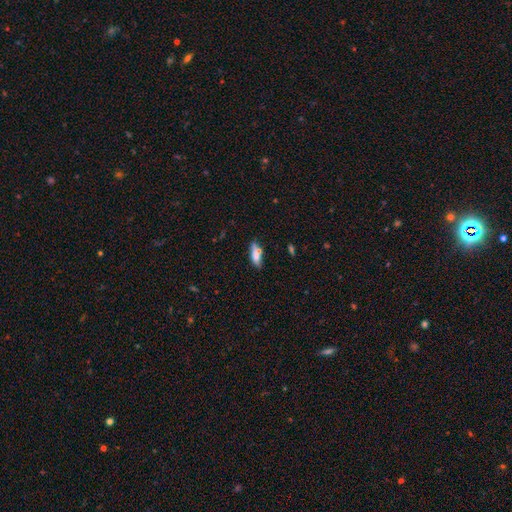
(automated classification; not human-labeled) Overall: smooth (69%). How rounded: in between (55%; cigar-shaped 42%). Merging: none (57%; merger 19%).